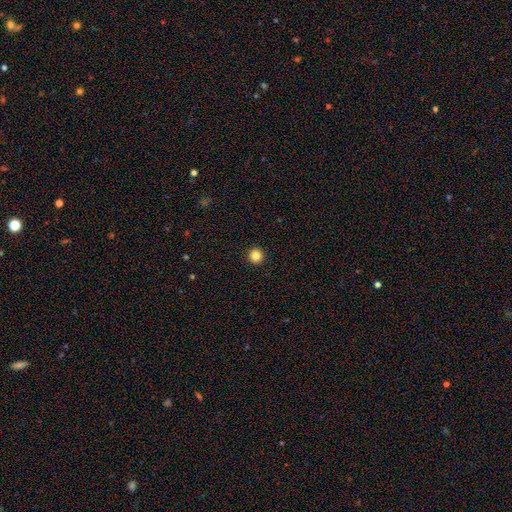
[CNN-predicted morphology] smooth 84%, star or artifact 12%, featured or disk 4%. Down the decision tree: how rounded — round (96%); merging — none (94%).